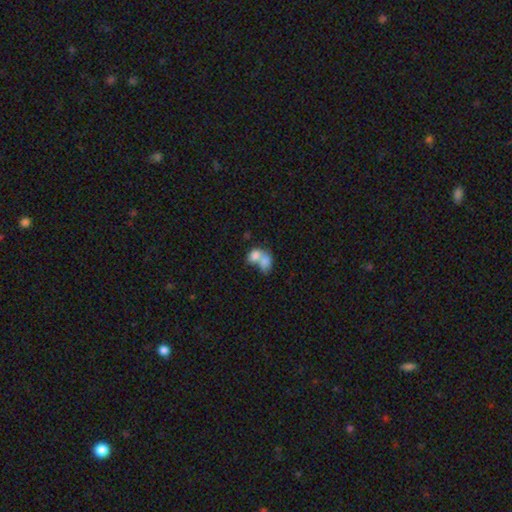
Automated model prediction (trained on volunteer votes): Smooth or featured? Predicted: smooth (p=0.77). How rounded? Predicted: in between (p=0.78). Merging? Predicted: merger (p=0.76).